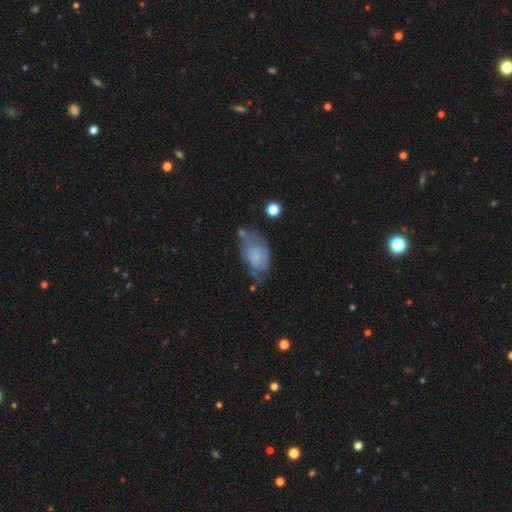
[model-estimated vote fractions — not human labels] Overall: smooth (48%; featured or disk 42%). Merging: none (40%; minor disturbance 32%).